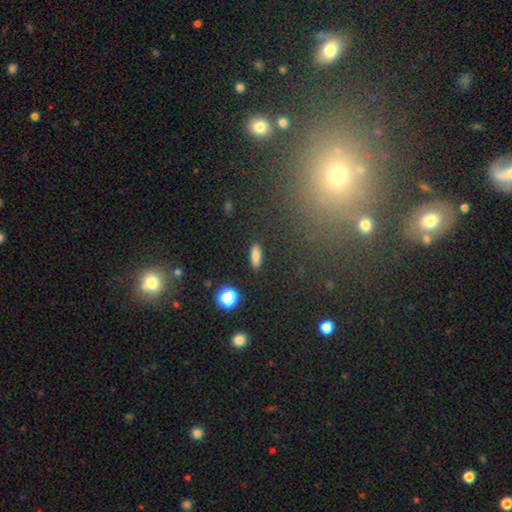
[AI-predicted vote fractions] Smooth or featured? smooth (83%)
How rounded? in between (52%)
Merging? none (89%)